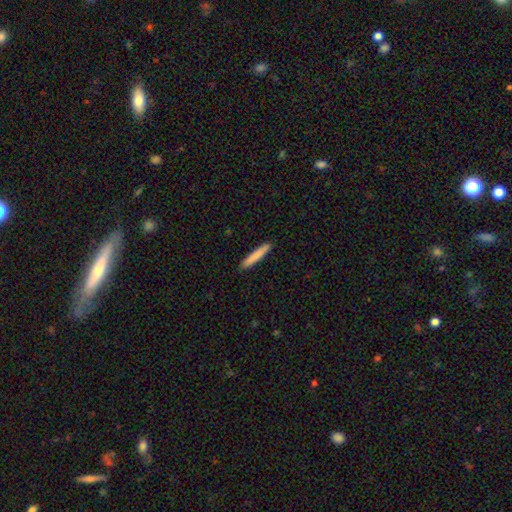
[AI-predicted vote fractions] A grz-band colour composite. It shows a smooth galaxy with no disk features (82%) that is cigar-shaped (94%). Merging: none (91%).